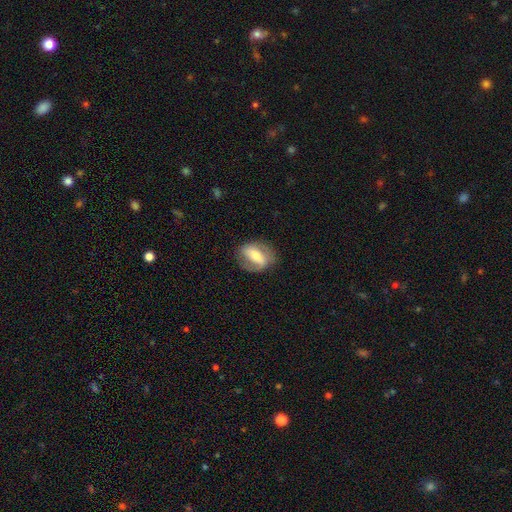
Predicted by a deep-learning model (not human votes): smooth_or_featured: featured or disk (p=0.50) [alt: smooth p=0.43]
disk_edge_on: no (p=0.87) [alt: yes p=0.13]
merging: none (p=0.75) [alt: minor disturbance p=0.17]